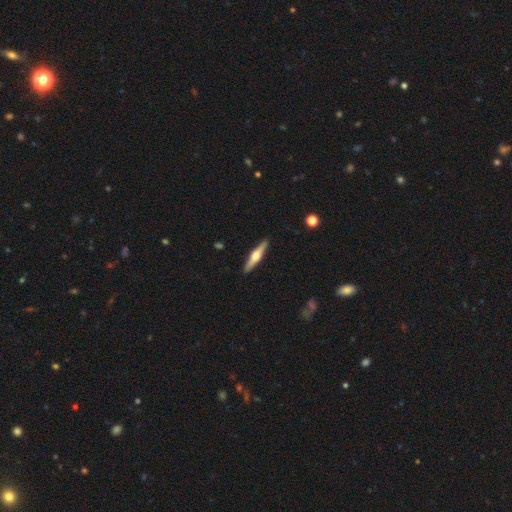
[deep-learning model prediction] A featured or disk galaxy (65%) viewed edge-on (98%) with a rounded central bulge (91%). Merging: none (91%).